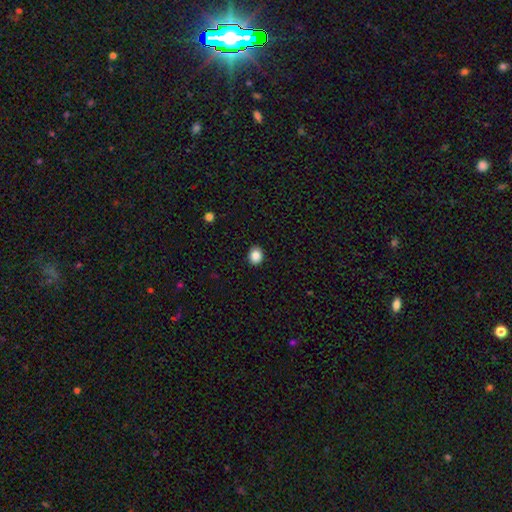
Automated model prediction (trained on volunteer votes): Q: Smooth or featured?
A: smooth (86%); runner-up: star or artifact (10%)
Q: How rounded?
A: round (64%); runner-up: in between (35%)
Q: Merging?
A: none (91%); runner-up: minor disturbance (7%)